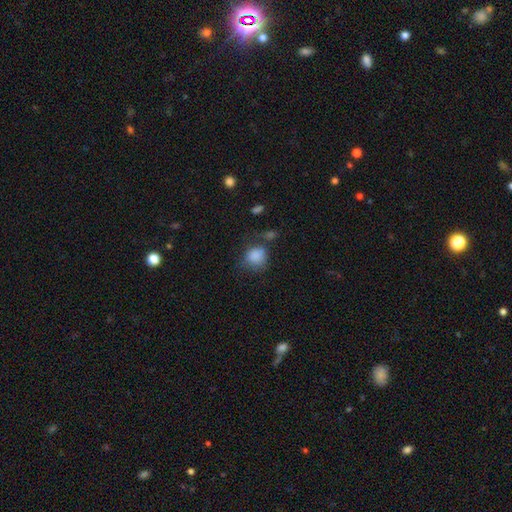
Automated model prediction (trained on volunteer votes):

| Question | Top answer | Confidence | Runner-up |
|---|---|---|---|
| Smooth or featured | smooth | 82% | star or artifact (10%) |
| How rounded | round | 67% | in between (32%) |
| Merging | none | 45% | minor disturbance (28%) |